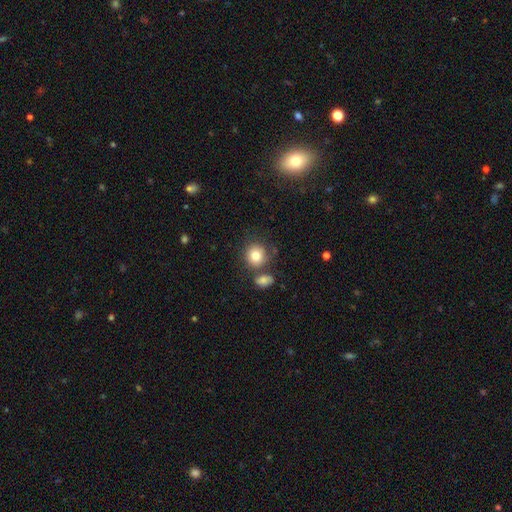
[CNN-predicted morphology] smooth 81%, star or artifact 9%, featured or disk 9%. Down the decision tree: how rounded — round (86%); merging — none (66%).